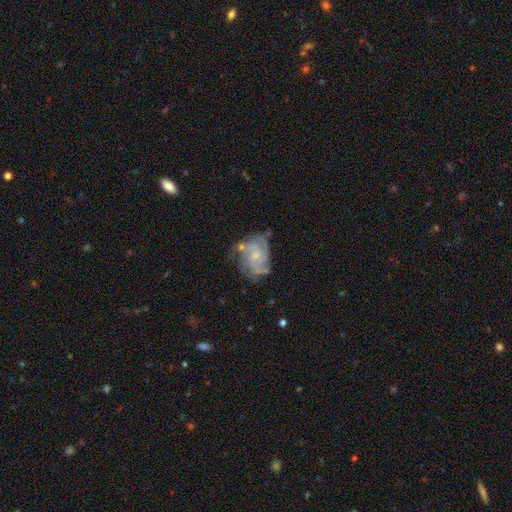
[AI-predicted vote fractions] Overall: featured or disk (84%). Edge-on disk: no (98%). Bar: no (71%). Spiral arms: yes (95%). Spiral arm count: 3 (34%; can't tell 20%). Spiral winding: tight (46%; medium 42%). Bulge size: small (71%). Merging: none (59%; minor disturbance 23%).